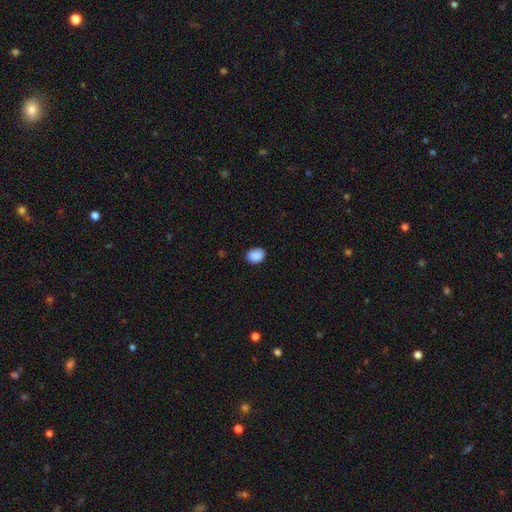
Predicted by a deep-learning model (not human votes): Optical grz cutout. It shows a smooth galaxy with no disk features (90%) that is in between round and cigar-shaped (65%). Merging: none (86%).